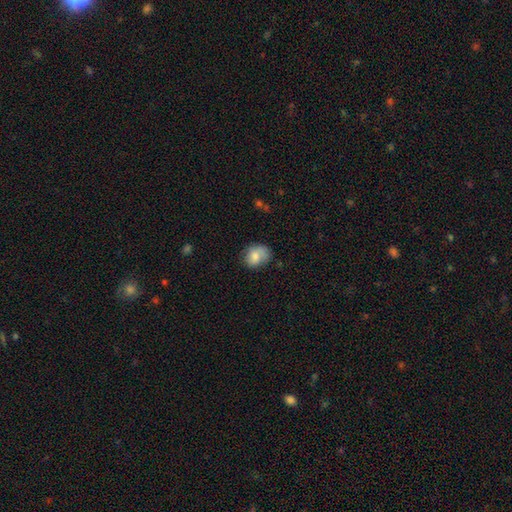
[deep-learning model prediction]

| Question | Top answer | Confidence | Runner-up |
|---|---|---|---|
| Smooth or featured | smooth | 76% | featured or disk (16%) |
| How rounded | in between | 54% | round (45%) |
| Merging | none | 59% | minor disturbance (29%) |